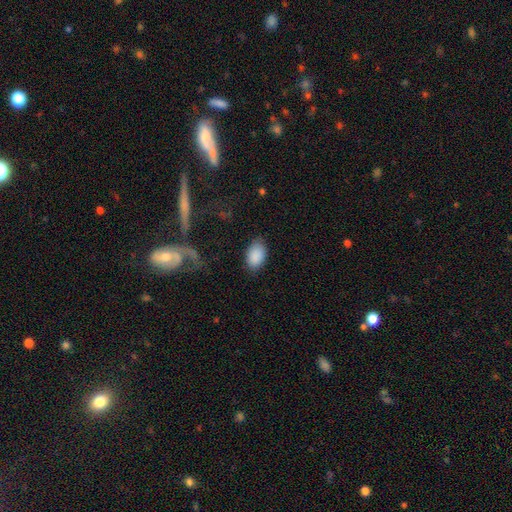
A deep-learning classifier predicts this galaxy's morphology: A smooth galaxy with no disk features (89%) that is in between round and cigar-shaped (92%). Merging: none (77%).